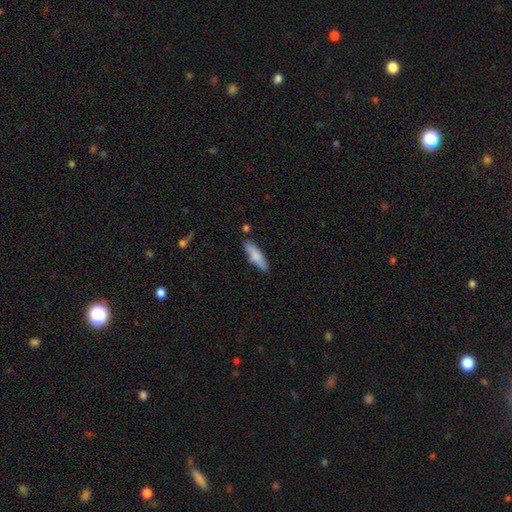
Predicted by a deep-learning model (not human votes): This appears to be a smooth galaxy with no disk features (79%) that is cigar-shaped (63%). Merging: none (80%).